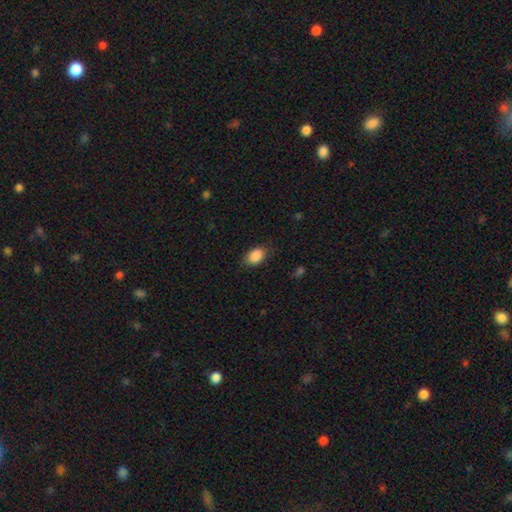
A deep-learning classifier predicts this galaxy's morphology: smooth-or-featured: smooth: 89% | star or artifact: 7% | featured or disk: 4%
  how-rounded: in between: 85% | round: 13% | cigar-shaped: 1%
  merging: none: 77% | minor disturbance: 18% | major disturbance: 4% | merger: 1%